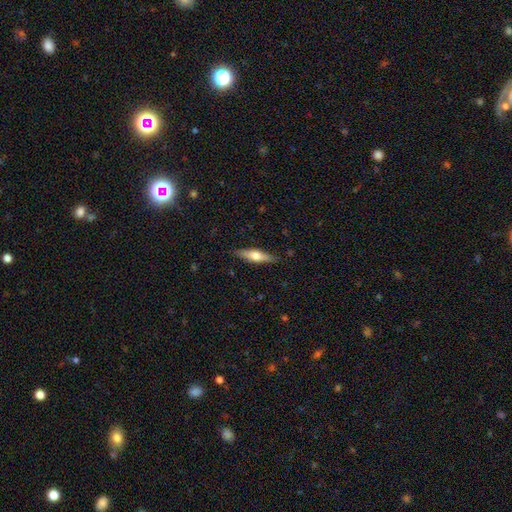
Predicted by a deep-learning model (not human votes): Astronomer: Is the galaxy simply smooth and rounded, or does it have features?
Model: featured or disk — 49% (runner-up: smooth, 45%).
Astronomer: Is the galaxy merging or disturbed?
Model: none — 86%.